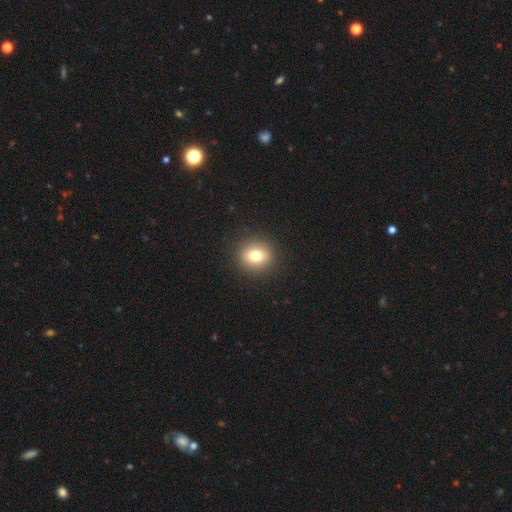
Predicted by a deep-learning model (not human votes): This is likely a smooth galaxy (78%). How rounded: clearly round (85%). Merging: clearly none (91%).